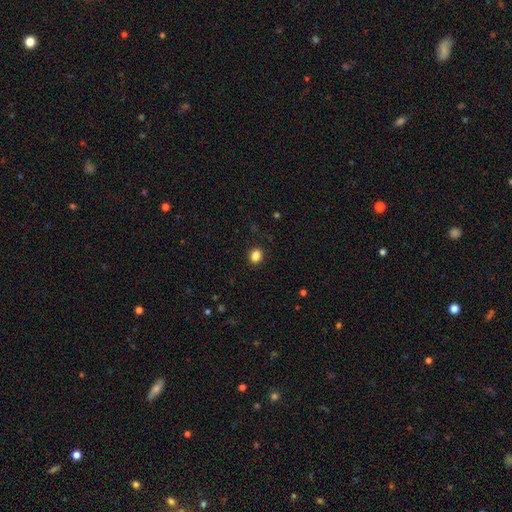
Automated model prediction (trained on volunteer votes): smooth-or-featured: smooth: 85% | star or artifact: 11% | featured or disk: 4%
  how-rounded: round: 62% | in between: 37% | cigar-shaped: 1%
  merging: none: 90% | minor disturbance: 7% | major disturbance: 2% | merger: 1%